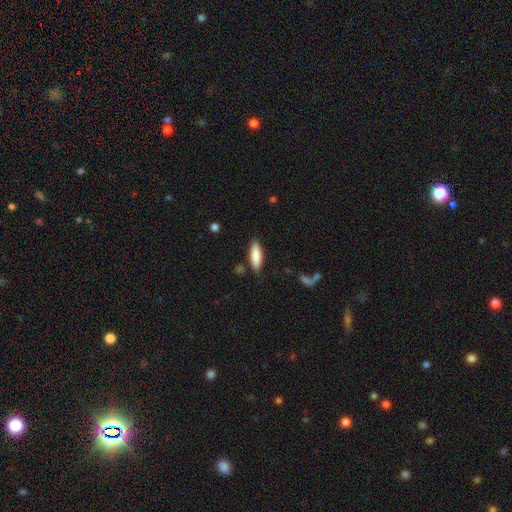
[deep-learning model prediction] A smooth galaxy with no disk features (82%) that is cigar-shaped (54%). Merging: none (83%).